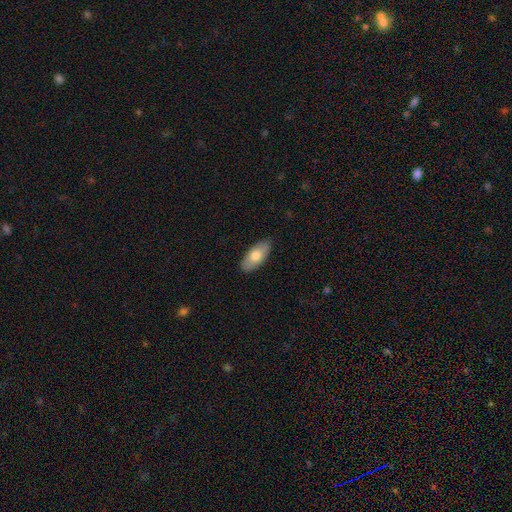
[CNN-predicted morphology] Overall: smooth (75%). How rounded: in between (89%). Merging: none (86%).